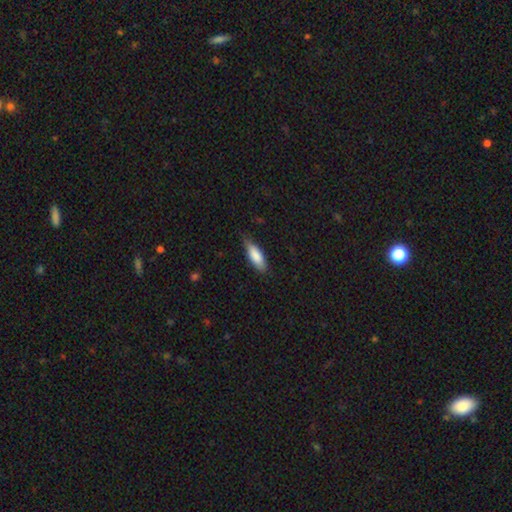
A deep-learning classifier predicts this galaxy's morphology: Smooth or featured? Predicted: smooth (p=0.84). How rounded? Predicted: in between (p=0.61). Merging? Predicted: none (p=0.74).